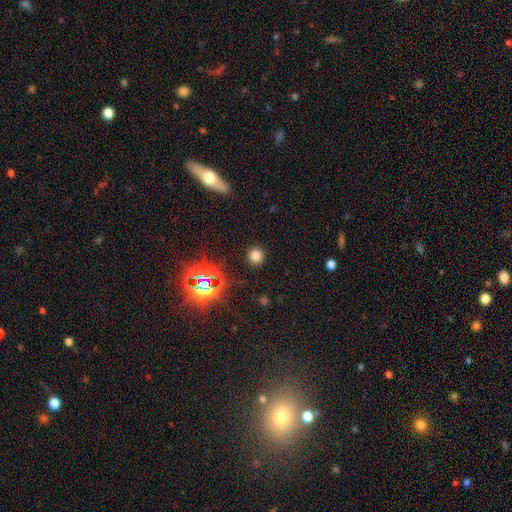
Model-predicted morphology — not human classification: Smooth or featured?
  - smooth: 73% *
  - star or artifact: 22%
  - featured or disk: 5%
How rounded?
  - round: 90% *
  - in between: 9%
  - cigar-shaped: 1%
Merging?
  - none: 90% *
  - minor disturbance: 6%
  - major disturbance: 3%
  - merger: 2%